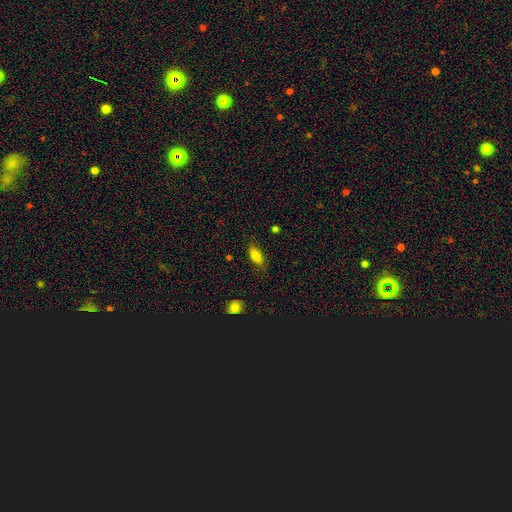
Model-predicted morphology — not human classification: Smooth or featured? smooth (78%)
How rounded? in between (82%)
Merging? none (77%)